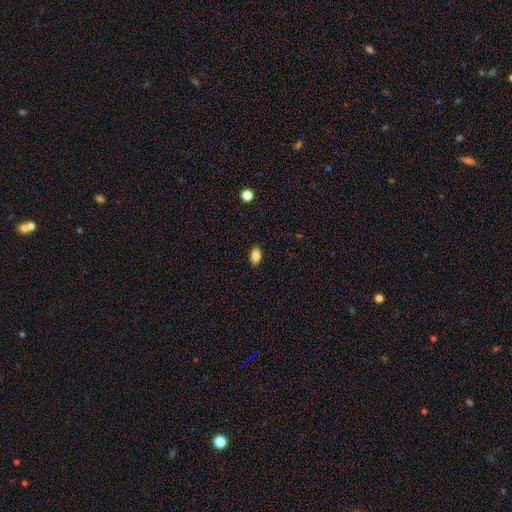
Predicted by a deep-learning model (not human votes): Smooth or featured: smooth — 84% (star or artifact — 9%)
How rounded: in between — 90% (round — 8%)
Merging: none — 88% (minor disturbance — 9%)